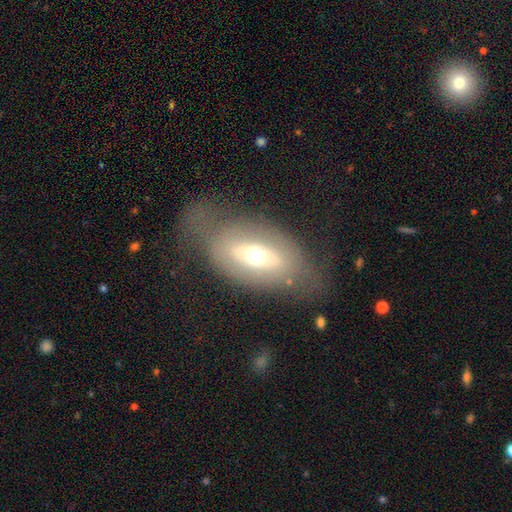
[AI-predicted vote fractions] smooth-or-featured: featured or disk: 51% | smooth: 40% | star or artifact: 8%
  disk-edge-on: no: 82% | yes: 18%
  merging: none: 50% | major disturbance: 25% | minor disturbance: 23% | merger: 3%